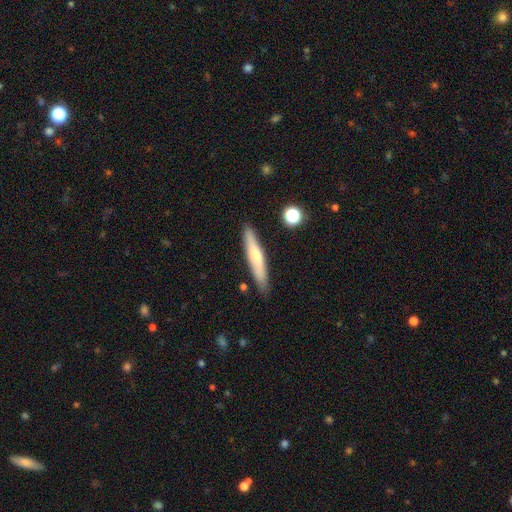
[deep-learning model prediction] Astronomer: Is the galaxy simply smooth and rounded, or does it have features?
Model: smooth — 55% (runner-up: featured or disk, 39%).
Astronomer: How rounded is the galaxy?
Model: cigar-shaped — 90%.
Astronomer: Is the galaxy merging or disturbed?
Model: none — 86%.